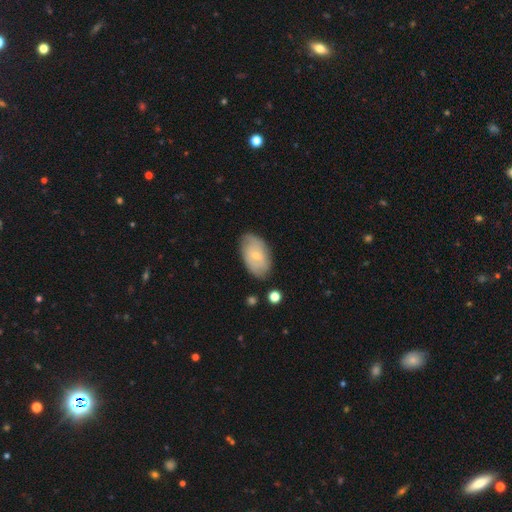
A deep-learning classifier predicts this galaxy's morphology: A featured or disk galaxy (49%).

Vote fractions:
- Smooth or featured? featured or disk: 49% / smooth: 45% / star or artifact: 6%
- Merging? none: 76% / minor disturbance: 18% / major disturbance: 4% / merger: 2%